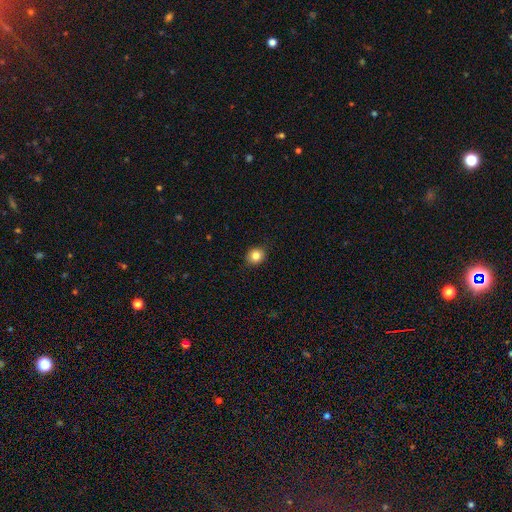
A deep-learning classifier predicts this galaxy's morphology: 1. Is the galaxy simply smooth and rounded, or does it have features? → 83% smooth, 11% star or artifact, 7% featured or disk.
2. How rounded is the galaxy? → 74% round, 25% in between, 1% cigar-shaped.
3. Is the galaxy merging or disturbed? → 87% none, 10% minor disturbance, 2% major disturbance, 1% merger.